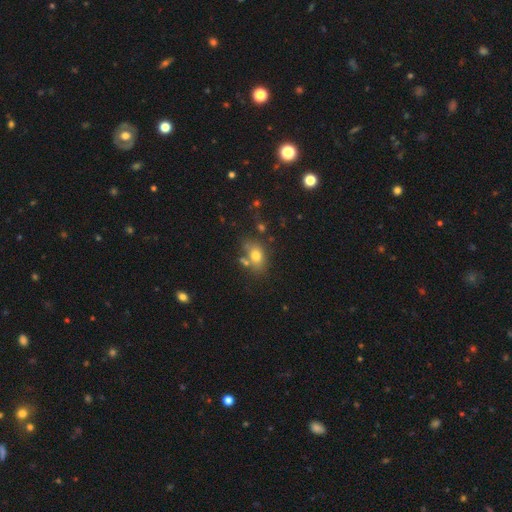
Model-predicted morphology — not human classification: smooth 75%, featured or disk 14%, star or artifact 11%. Down the decision tree: how rounded — in between (76%); merging — none (59%).